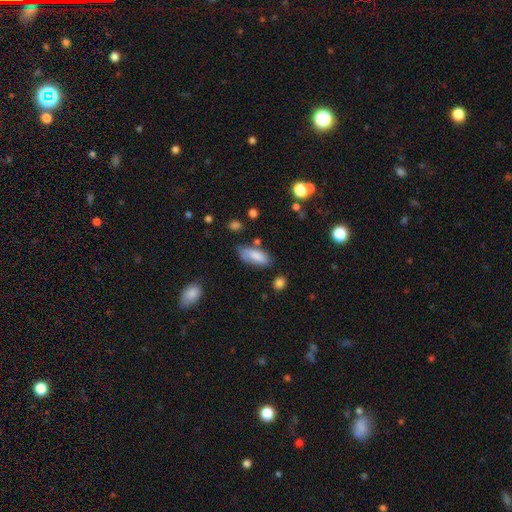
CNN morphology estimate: smooth 83%, featured or disk 10%, star or artifact 7%. Down the decision tree: how rounded — in between (83%); merging — none (61%).